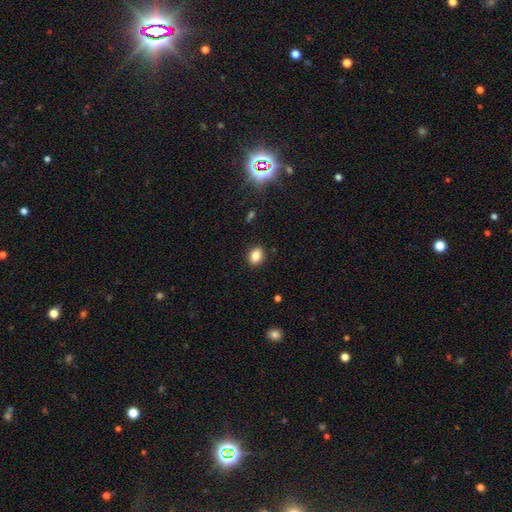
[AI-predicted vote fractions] Overall: smooth (83%). How rounded: in between (57%; round 42%). Merging: none (90%).